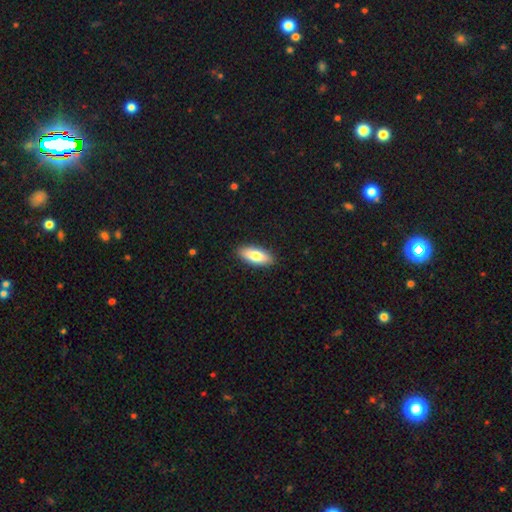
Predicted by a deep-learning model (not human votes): Q: Smooth or featured?
A: smooth (79%); runner-up: featured or disk (15%)
Q: How rounded?
A: in between (80%); runner-up: cigar-shaped (18%)
Q: Merging?
A: none (90%); runner-up: minor disturbance (7%)